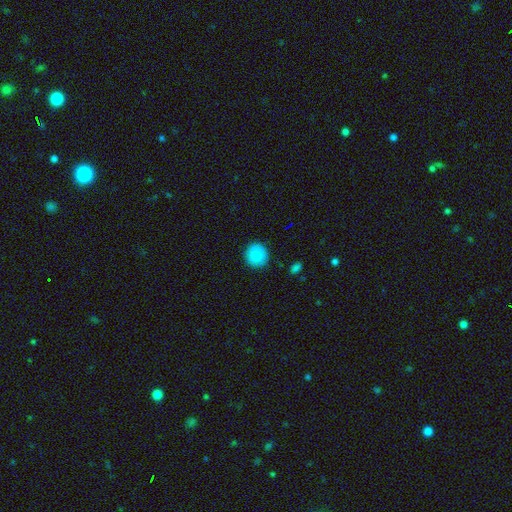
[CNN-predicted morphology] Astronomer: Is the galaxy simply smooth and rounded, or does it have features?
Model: smooth — 78%.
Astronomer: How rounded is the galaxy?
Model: round — 91%.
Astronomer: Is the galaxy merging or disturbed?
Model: none — 88%.